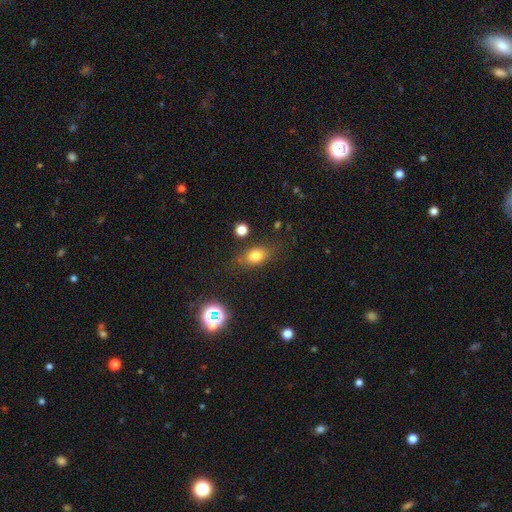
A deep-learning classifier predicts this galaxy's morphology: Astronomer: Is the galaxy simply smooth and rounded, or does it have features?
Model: smooth — 75%.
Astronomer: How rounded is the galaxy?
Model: in between — 75%.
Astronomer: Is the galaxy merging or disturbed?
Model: none — 75%.